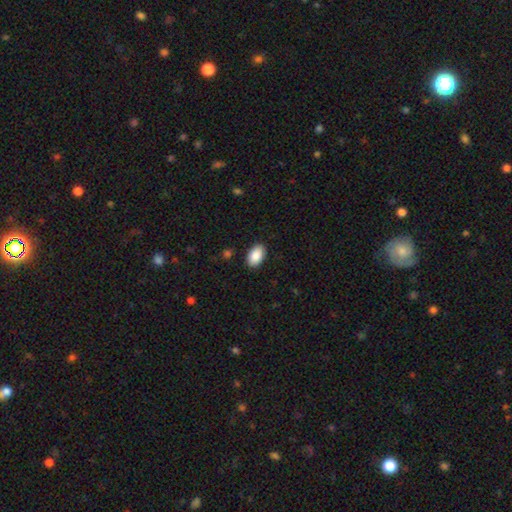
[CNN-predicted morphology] Q: Smooth or featured?
A: smooth (89%); runner-up: star or artifact (7%)
Q: How rounded?
A: in between (93%); runner-up: round (6%)
Q: Merging?
A: none (88%); runner-up: minor disturbance (9%)